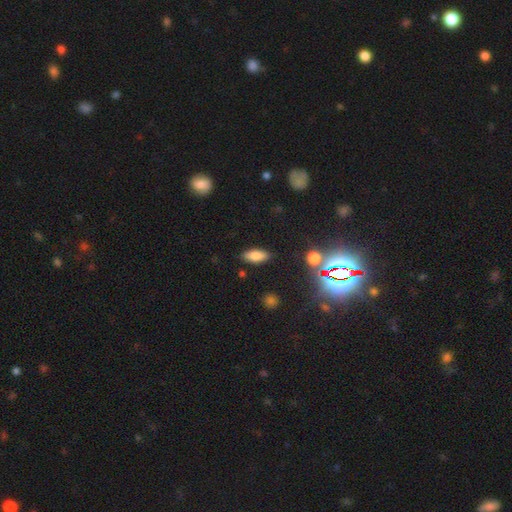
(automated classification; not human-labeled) Morphology: type=smooth (80%); roundness=in between (80%); merging=none (86%).